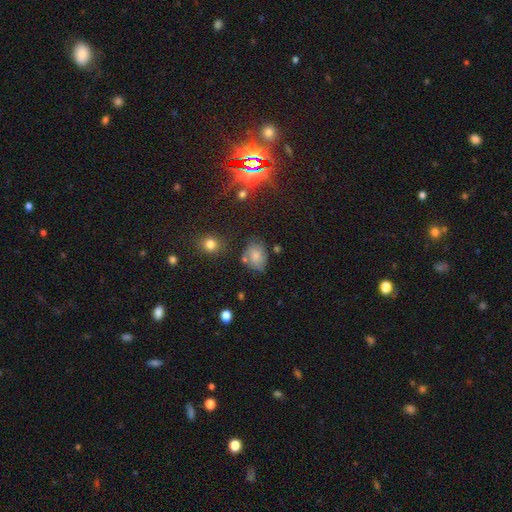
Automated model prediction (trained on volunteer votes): Smooth or featured?
  - smooth: 67% *
  - featured or disk: 19%
  - star or artifact: 14%
How rounded?
  - in between: 51% *
  - round: 47%
  - cigar-shaped: 1%
Merging?
  - none: 57% *
  - minor disturbance: 25%
  - merger: 9%
  - major disturbance: 9%